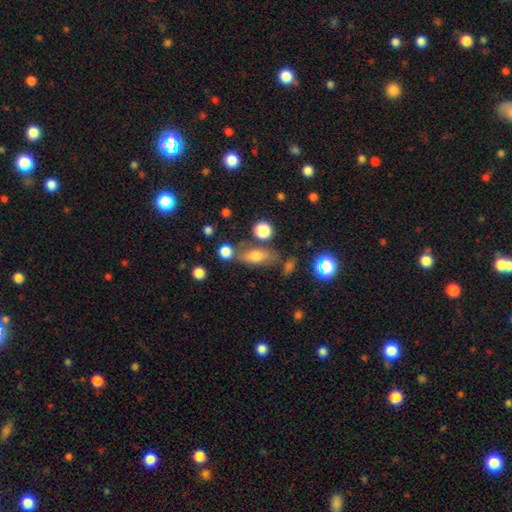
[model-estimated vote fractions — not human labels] Overall: smooth (61%; featured or disk 26%). How rounded: in between (68%). Merging: none (63%).